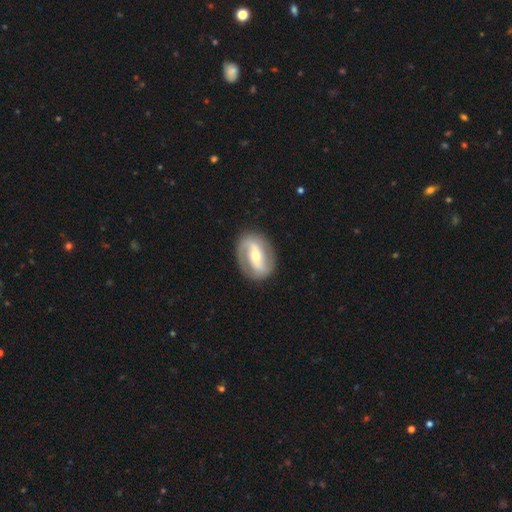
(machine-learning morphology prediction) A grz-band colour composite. It shows a featured or disk galaxy (78%) with a strong bar (50%), 2 (86%) medium (40%) spiral arms (84%) and a moderate central bulge (59%). Merging: none (84%).